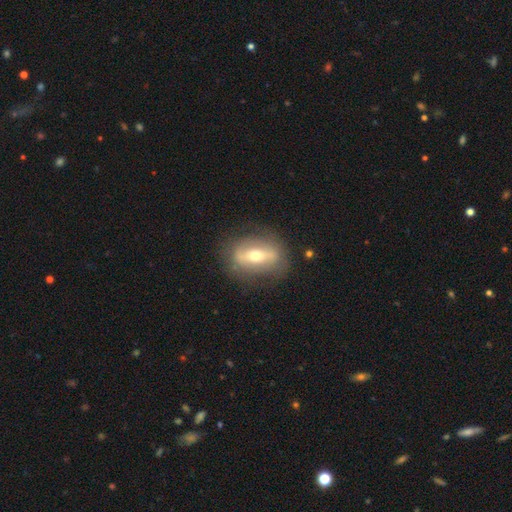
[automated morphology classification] Q: Smooth or featured?
A: featured or disk (65%); runner-up: smooth (26%)
Q: Edge-on disk?
A: no (68%); runner-up: yes (32%)
Q: Merging?
A: none (80%); runner-up: minor disturbance (13%)